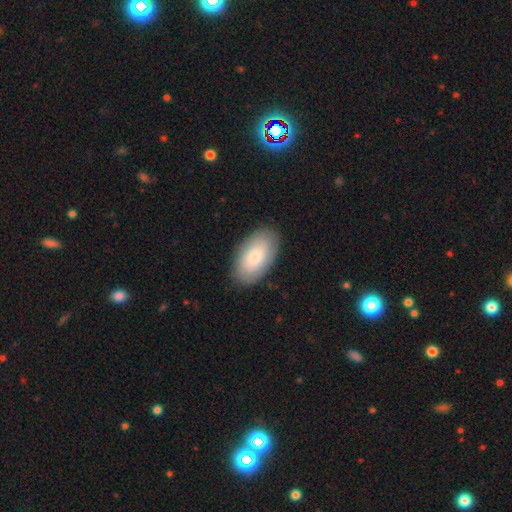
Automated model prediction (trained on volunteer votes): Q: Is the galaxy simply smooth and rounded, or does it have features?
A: smooth — 77%.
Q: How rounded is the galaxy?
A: in between — 95%.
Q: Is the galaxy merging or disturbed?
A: none — 87%.